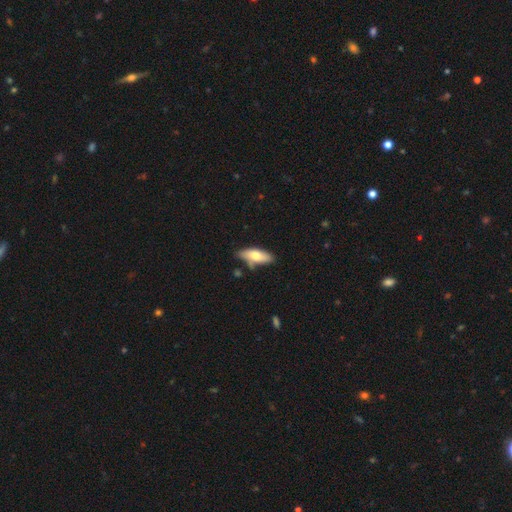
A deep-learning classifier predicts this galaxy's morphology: A smooth galaxy with no disk features (67%) that is in between round and cigar-shaped (71%). Merging: none (64%).